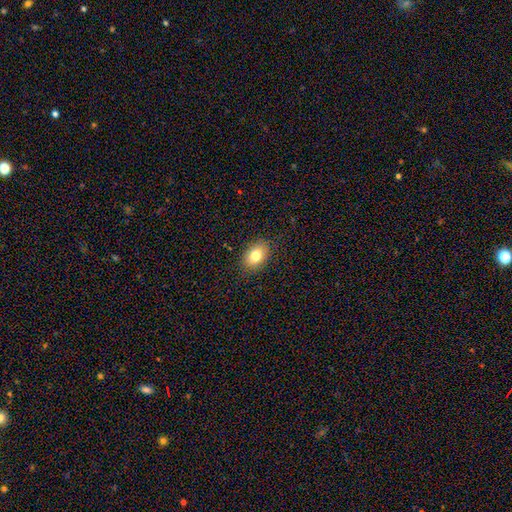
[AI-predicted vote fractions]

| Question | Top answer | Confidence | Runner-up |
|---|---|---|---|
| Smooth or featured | smooth | 80% | featured or disk (11%) |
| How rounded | in between | 82% | round (17%) |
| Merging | none | 87% | minor disturbance (10%) |